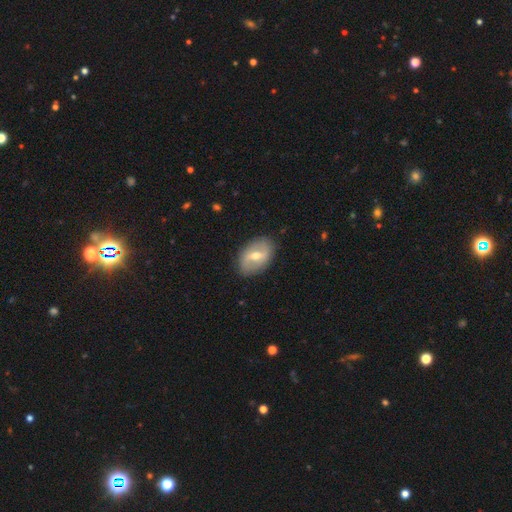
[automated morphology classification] type=featured or disk (58%); edge-on=no (92%); bar=weak (46%); spiral arms=no (52%); bulge=moderate (70%); merging=none (84%).